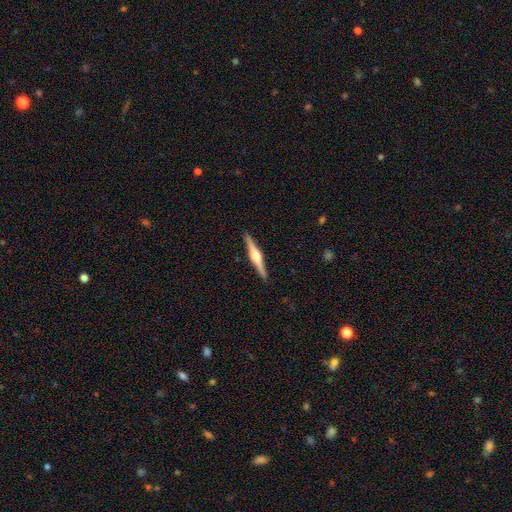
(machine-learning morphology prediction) This appears to be a featured or disk galaxy (76%) viewed edge-on (98%) with a rounded central bulge (86%). Merging: none (92%).